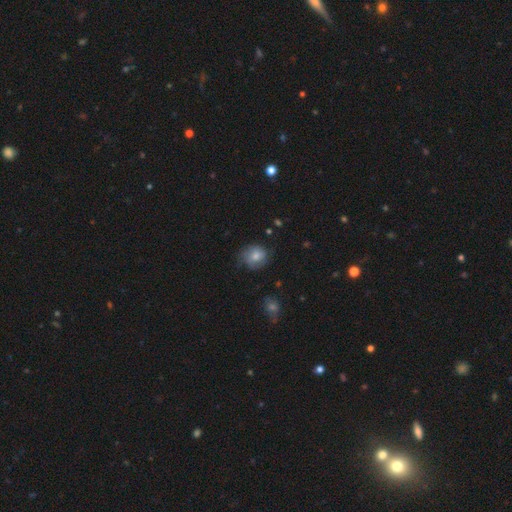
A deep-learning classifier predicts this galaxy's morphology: Overall: smooth (71%). How rounded: round (70%). Merging: none (60%; minor disturbance 28%).